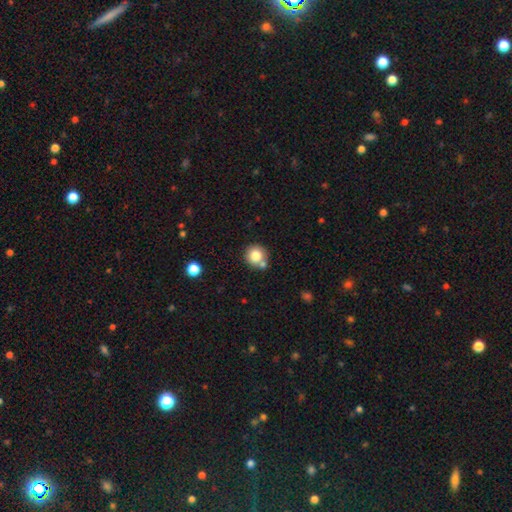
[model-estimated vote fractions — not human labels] Smooth or featured? Predicted: smooth (p=0.81). How rounded? Predicted: round (p=0.91). Merging? Predicted: none (p=0.66).